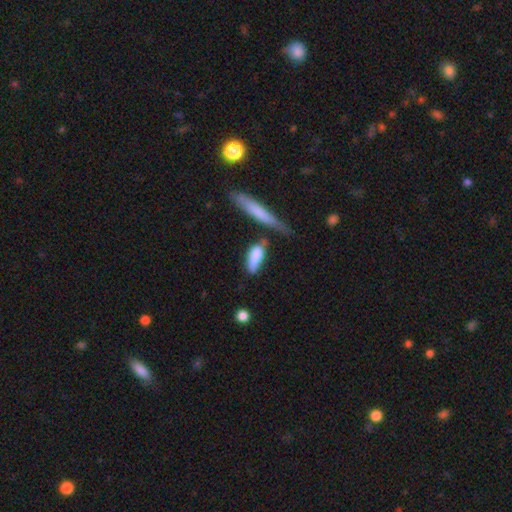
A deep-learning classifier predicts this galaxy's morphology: A smooth galaxy with no disk features (79%) that is in between round and cigar-shaped (61%). Merging: none (42%).